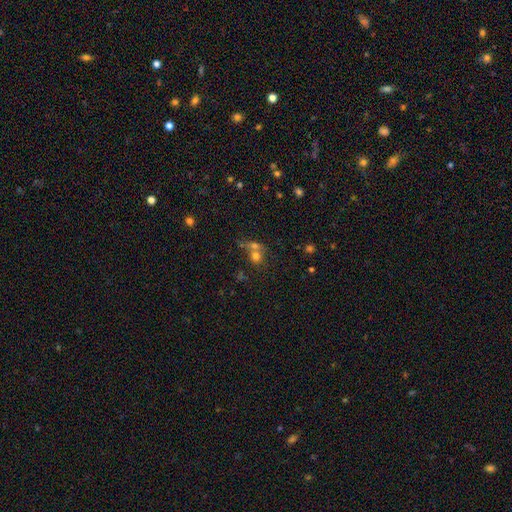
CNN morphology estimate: Smooth or featured? smooth (68%)
How rounded? round (77%)
Merging? merger (54%)